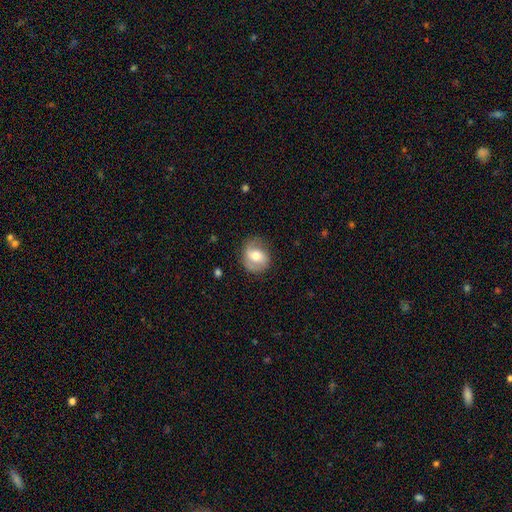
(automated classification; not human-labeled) This is possibly a smooth galaxy (53%). How rounded: likely round (65%). Merging: likely none (68%).